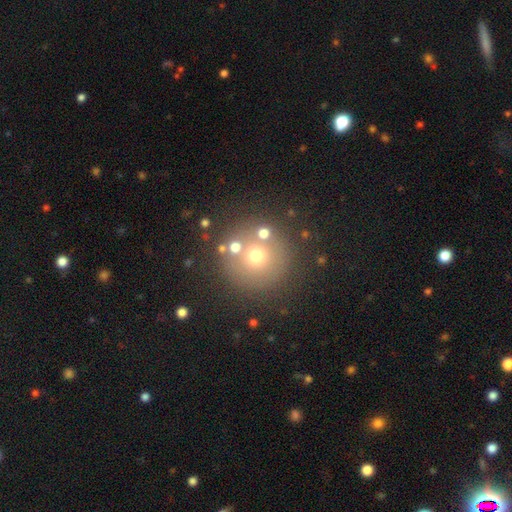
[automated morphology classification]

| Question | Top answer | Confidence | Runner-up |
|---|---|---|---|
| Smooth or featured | smooth | 60% | star or artifact (20%) |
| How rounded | round | 95% | in between (4%) |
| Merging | none | 75% | merger (11%) |